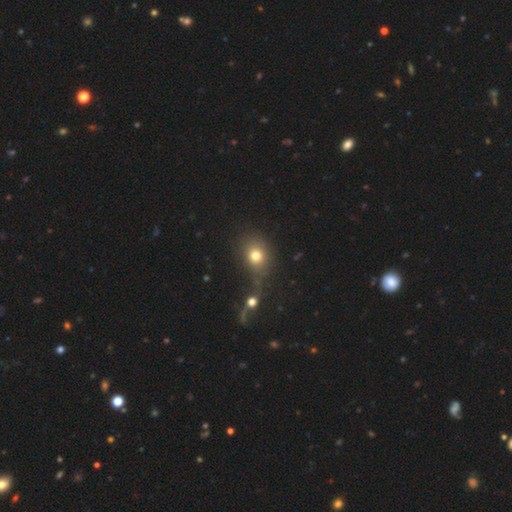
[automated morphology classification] This appears to be a smooth galaxy with no disk features (73%) that is round (64%). Merging: none (56%).